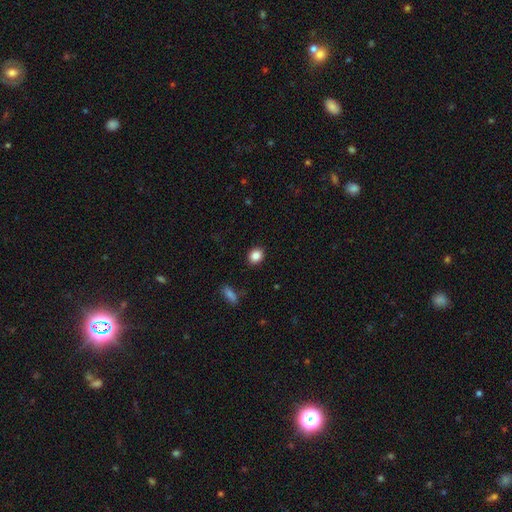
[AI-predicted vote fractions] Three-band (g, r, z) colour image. It shows a smooth galaxy with no disk features (85%) that is round (60%). Merging: none (90%).